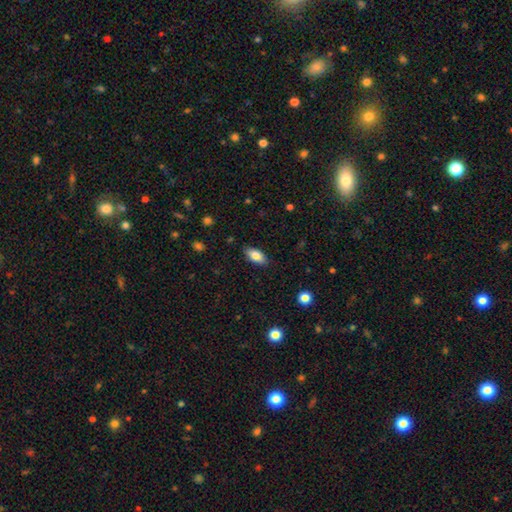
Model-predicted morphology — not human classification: This appears to be a smooth galaxy with no disk features (83%) that is in between round and cigar-shaped (89%). Merging: none (86%).